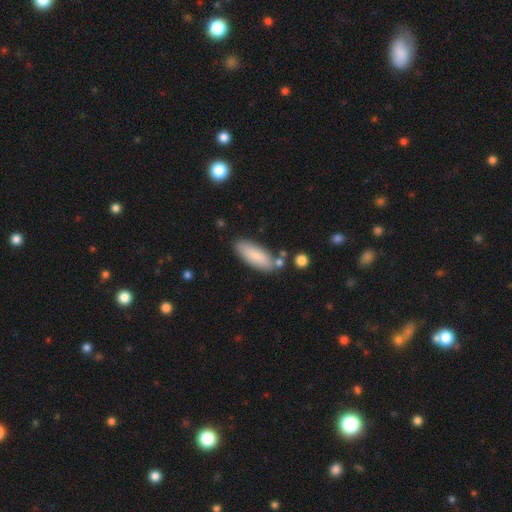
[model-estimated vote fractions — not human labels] Smooth or featured?
  - smooth: 81% *
  - featured or disk: 12%
  - star or artifact: 6%
How rounded?
  - in between: 67% *
  - cigar-shaped: 31%
  - round: 2%
Merging?
  - none: 79% *
  - minor disturbance: 13%
  - merger: 5%
  - major disturbance: 3%